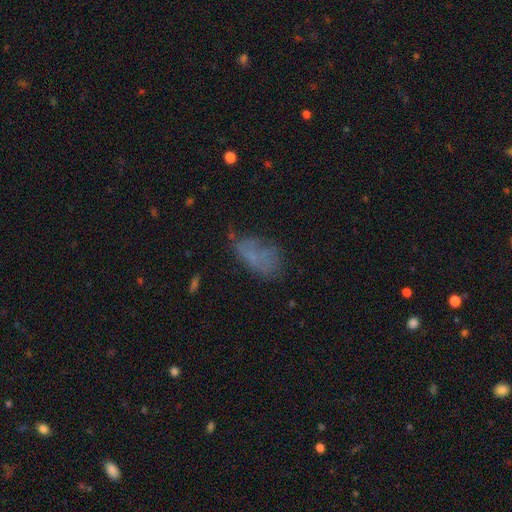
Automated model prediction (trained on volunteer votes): This is possibly a smooth galaxy (59%). How rounded: clearly in between (90%). Merging: possibly none (46%).